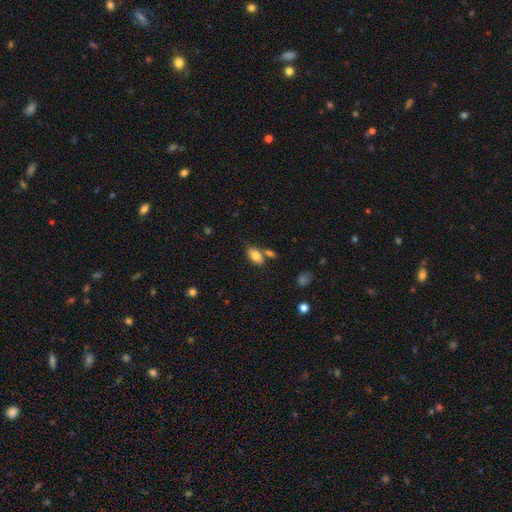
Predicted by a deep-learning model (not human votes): This is likely a smooth galaxy (79%). How rounded: clearly in between (91%). Merging: likely none (66%).